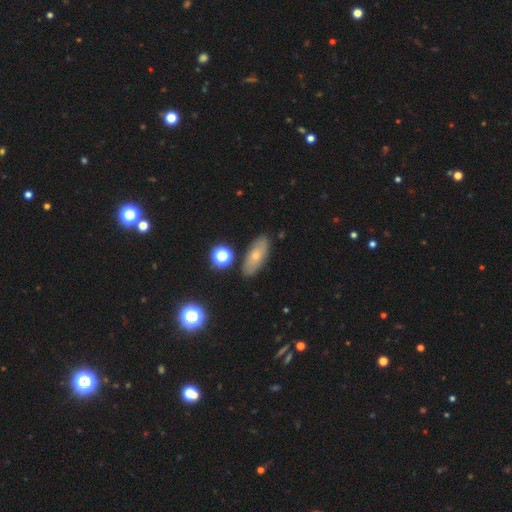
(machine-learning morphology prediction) type=smooth (63%); roundness=in between (73%); merging=none (84%).